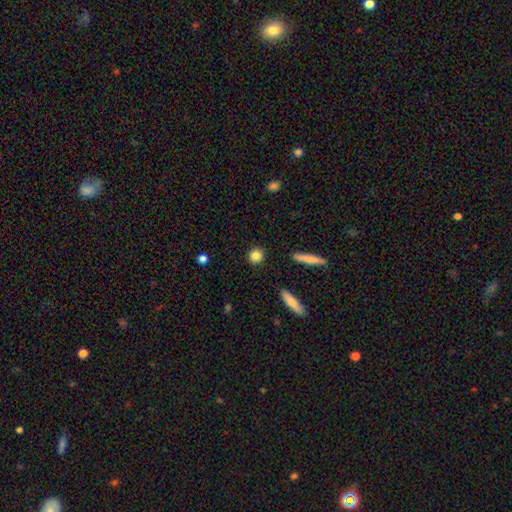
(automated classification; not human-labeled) Overall: smooth (84%). How rounded: round (86%). Merging: none (91%).